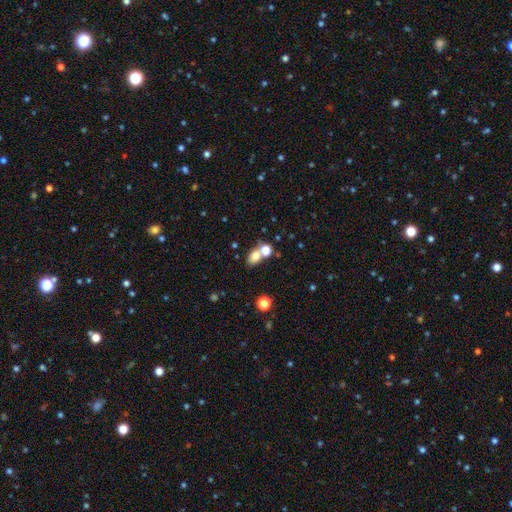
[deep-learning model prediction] This is likely a smooth galaxy (76%). How rounded: likely in between (67%). Merging: possibly none (48%).